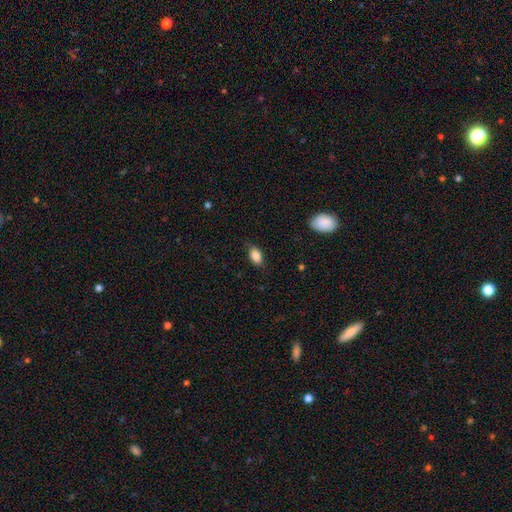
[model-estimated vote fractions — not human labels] Overall: smooth (86%). How rounded: in between (90%). Merging: none (83%).